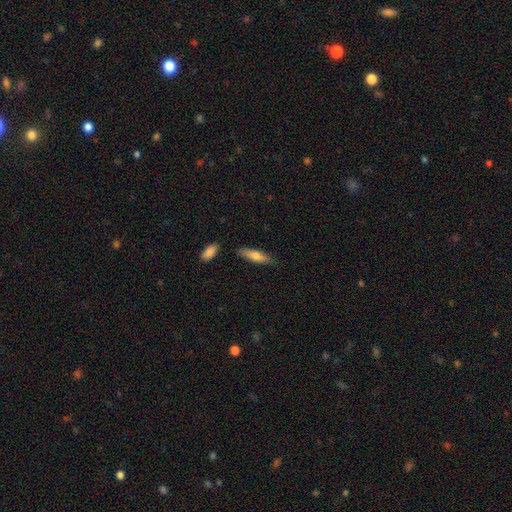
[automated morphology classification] Smooth or featured? smooth (72%)
How rounded? cigar-shaped (65%)
Merging? none (81%)